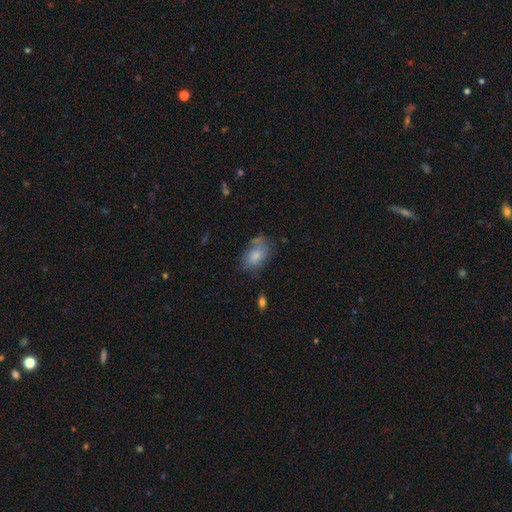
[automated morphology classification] smooth_or_featured: smooth (p=0.72) [alt: featured or disk p=0.20]
how_rounded: in between (p=0.88) [alt: round p=0.11]
merging: none (p=0.55) [alt: minor disturbance p=0.27]